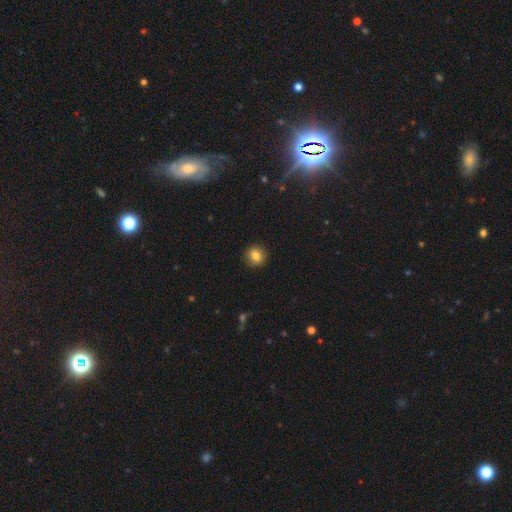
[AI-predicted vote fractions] This appears to be a smooth galaxy with no disk features (83%) that is round (88%). Merging: none (90%).